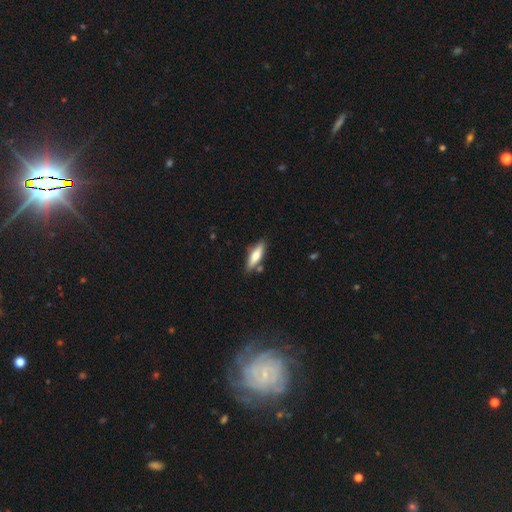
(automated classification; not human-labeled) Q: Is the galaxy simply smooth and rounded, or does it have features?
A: smooth — 65%.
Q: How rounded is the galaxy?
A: cigar-shaped — 59%.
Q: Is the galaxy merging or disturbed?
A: none — 78%.